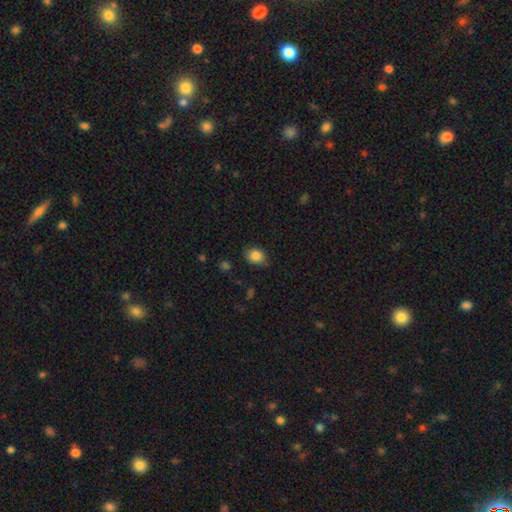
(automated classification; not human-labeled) Overall: smooth (86%). How rounded: round (54%; in between 45%). Merging: none (79%).